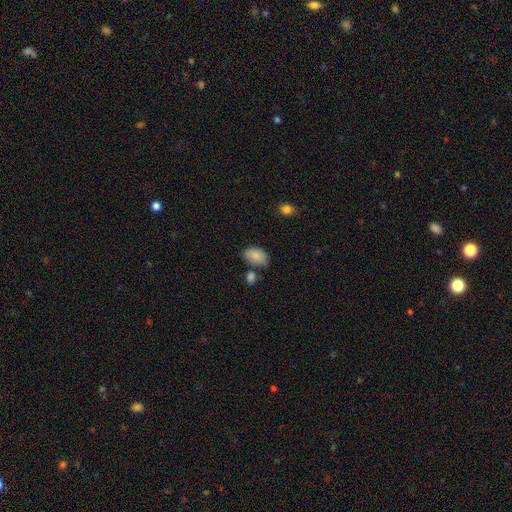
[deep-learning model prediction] This is clearly a smooth galaxy (85%). How rounded: clearly in between (91%). Merging: likely none (66%).